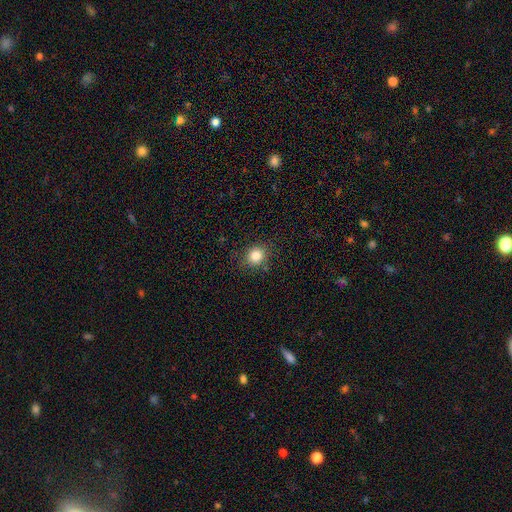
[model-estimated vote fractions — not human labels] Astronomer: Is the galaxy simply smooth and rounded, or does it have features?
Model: smooth — 82%.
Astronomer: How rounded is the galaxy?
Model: round — 74%.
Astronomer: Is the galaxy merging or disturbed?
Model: none — 85%.